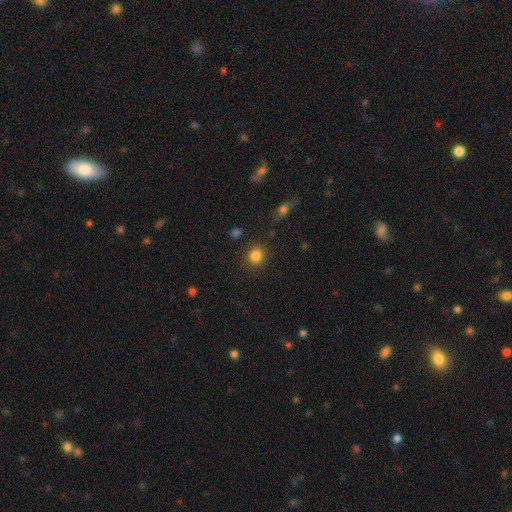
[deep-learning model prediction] Smooth or featured: smooth — 84% (star or artifact — 11%)
How rounded: round — 88% (in between — 11%)
Merging: none — 87% (minor disturbance — 7%)